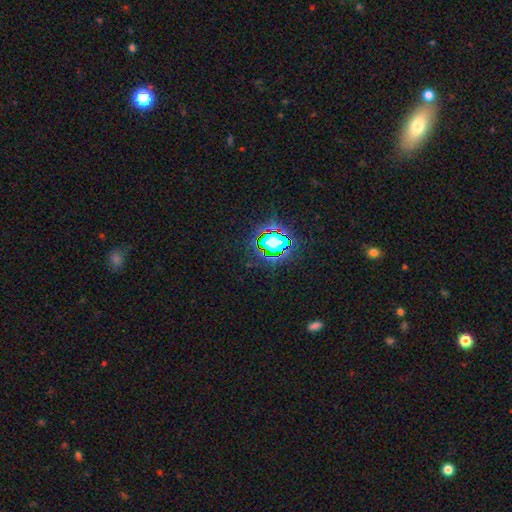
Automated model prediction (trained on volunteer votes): This is likely a star or artifact rather than a galaxy (70%).